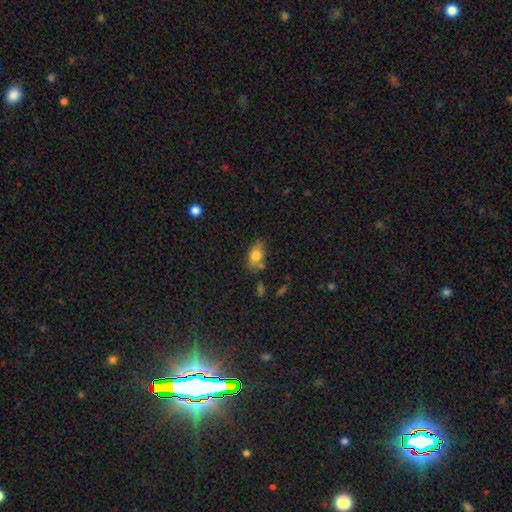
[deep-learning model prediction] A smooth galaxy with no disk features (77%) that is in between round and cigar-shaped (86%). Merging: none (68%).